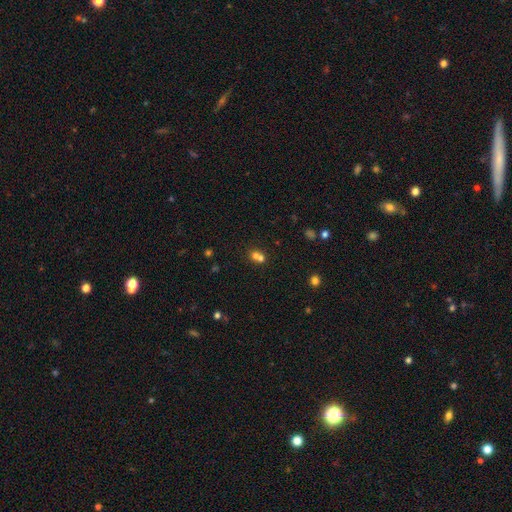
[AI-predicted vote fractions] This is likely a smooth galaxy (66%). How rounded: likely round (76%). Merging: possibly merger (58%).